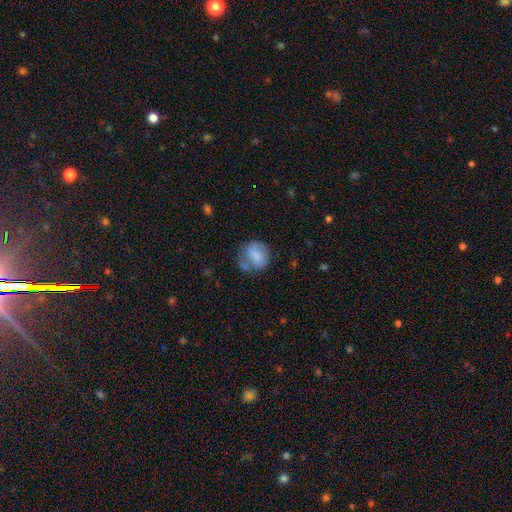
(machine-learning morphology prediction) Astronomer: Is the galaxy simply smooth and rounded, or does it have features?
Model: smooth — 73%.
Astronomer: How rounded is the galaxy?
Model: round — 65%.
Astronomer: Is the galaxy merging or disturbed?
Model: none — 46% (runner-up: minor disturbance, 25%).